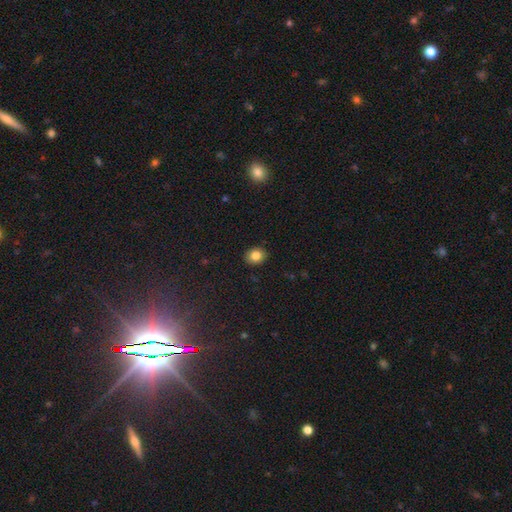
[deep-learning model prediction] The model was most divided on "how rounded": round: 65%, in between: 34%, cigar-shaped: 1%. More confident: merging — none (90%); smooth or featured — smooth (83%).